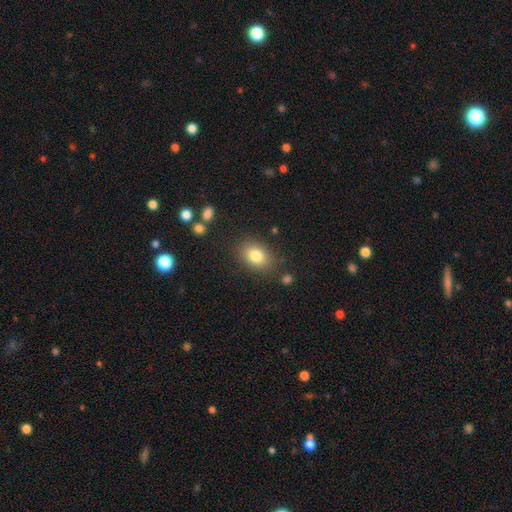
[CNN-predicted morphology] Smooth or featured? Predicted: smooth (p=0.82). How rounded? Predicted: in between (p=0.72). Merging? Predicted: none (p=0.82).